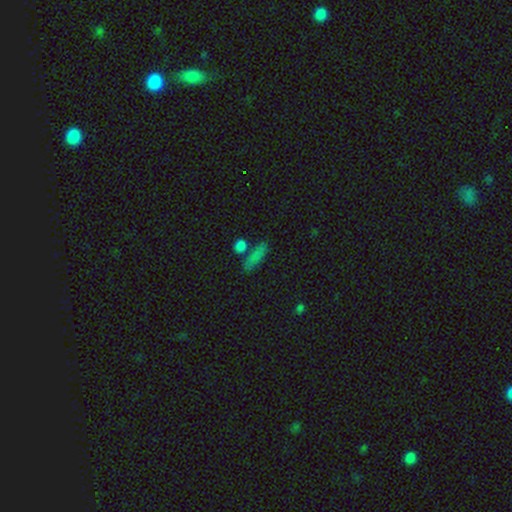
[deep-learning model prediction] smooth_or_featured: smooth (p=0.74) [alt: star or artifact p=0.17]
how_rounded: cigar-shaped (p=0.53) [alt: in between p=0.37]
merging: none (p=0.67) [alt: merger p=0.15]